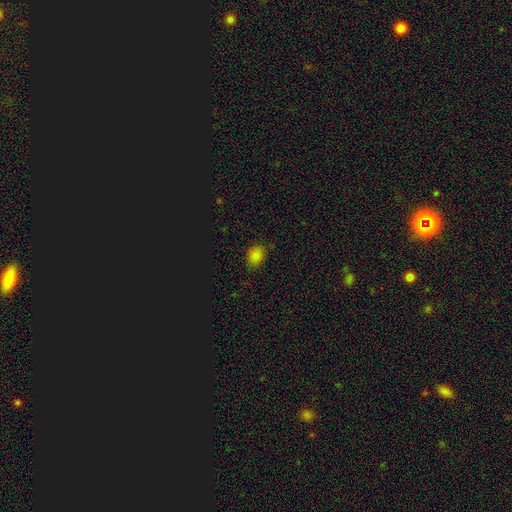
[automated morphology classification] Smooth or featured? Predicted: smooth (p=0.79). How rounded? Predicted: round (p=0.51). Merging? Predicted: none (p=0.83).